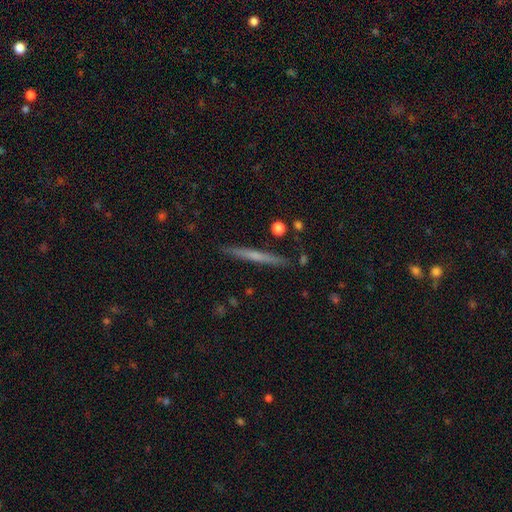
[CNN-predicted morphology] featured or disk 50%, smooth 43%, star or artifact 7%. Down the decision tree: edge-on disk — yes (97%); merging — none (89%).